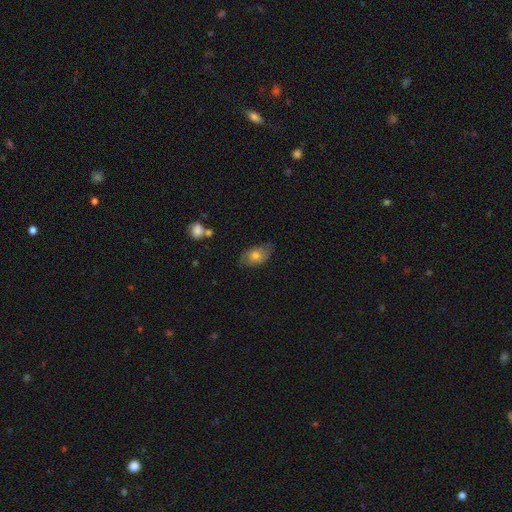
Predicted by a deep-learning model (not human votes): The model was most divided on "smooth or featured": smooth: 62%, featured or disk: 30%, star or artifact: 8%. More confident: how rounded — in between (87%); merging — none (70%).